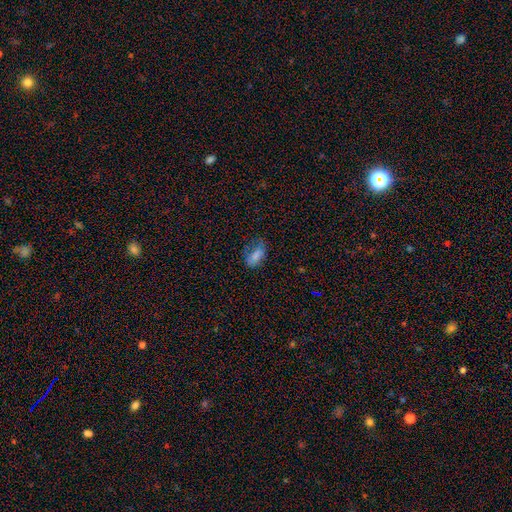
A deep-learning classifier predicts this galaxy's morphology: Smooth or featured?
  - smooth: 75% *
  - featured or disk: 13%
  - star or artifact: 11%
How rounded?
  - in between: 87% *
  - cigar-shaped: 7%
  - round: 6%
Merging?
  - none: 47% *
  - minor disturbance: 31%
  - major disturbance: 20%
  - merger: 2%